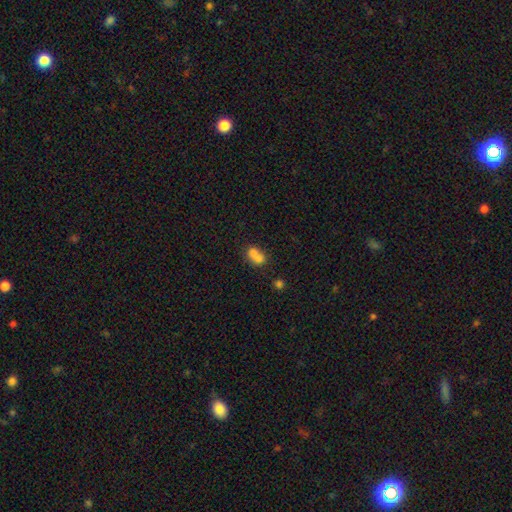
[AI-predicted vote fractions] Smooth or featured: smooth — 70% (featured or disk — 19%)
How rounded: round — 56% (in between — 43%)
Merging: merger — 67% (none — 24%)